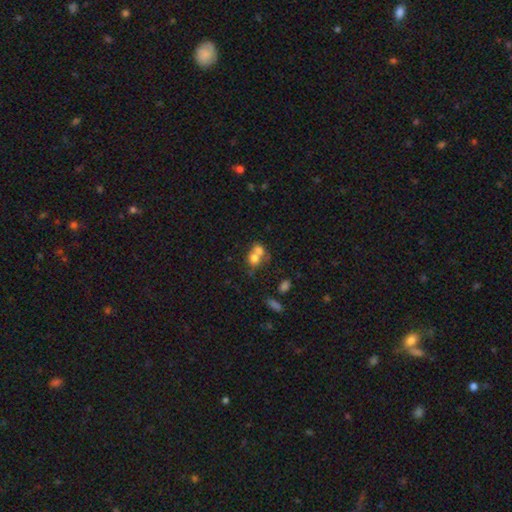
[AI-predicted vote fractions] A smooth galaxy with no disk features (66%) that is round (59%). Merging: merger (66%).